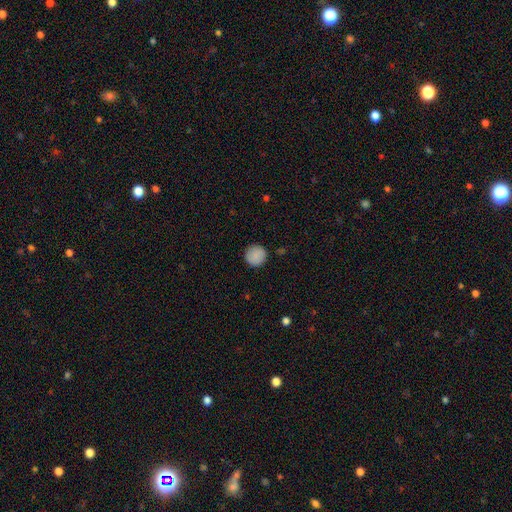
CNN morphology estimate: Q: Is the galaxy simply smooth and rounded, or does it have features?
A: smooth — 88%.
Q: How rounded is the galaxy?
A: round — 95%.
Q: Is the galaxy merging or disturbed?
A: none — 89%.